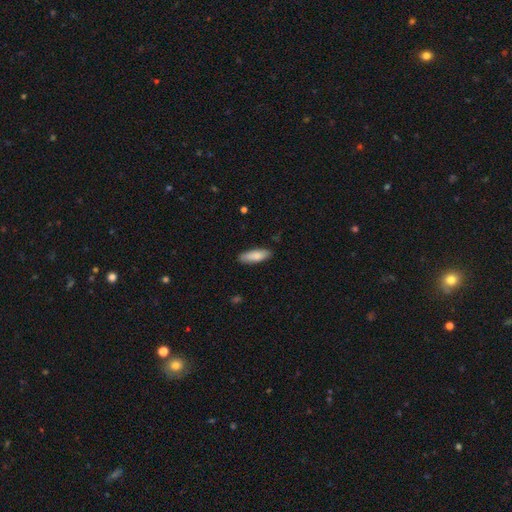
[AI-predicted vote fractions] Smooth or featured? smooth (85%)
How rounded? in between (56%)
Merging? none (87%)